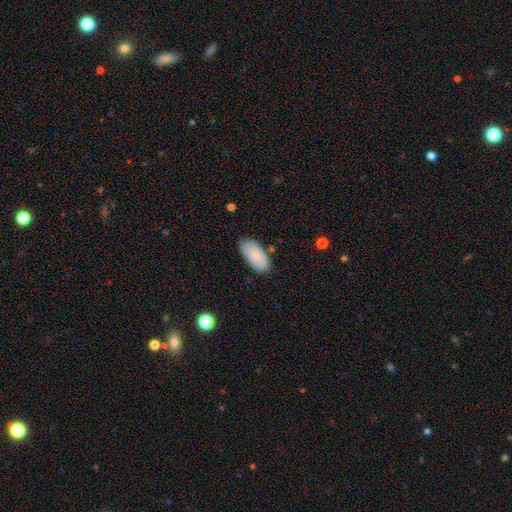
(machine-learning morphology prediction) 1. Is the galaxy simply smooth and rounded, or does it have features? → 75% smooth, 18% featured or disk, 7% star or artifact.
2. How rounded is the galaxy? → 93% in between, 4% cigar-shaped, 2% round.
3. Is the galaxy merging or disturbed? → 77% none, 18% minor disturbance, 3% major disturbance, 2% merger.